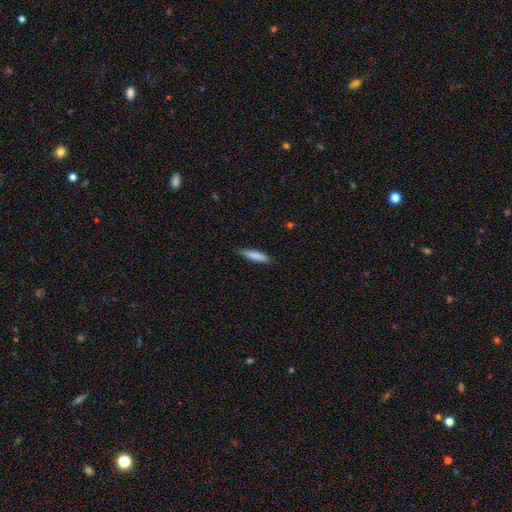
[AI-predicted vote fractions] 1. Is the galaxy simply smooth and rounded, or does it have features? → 83% smooth, 11% featured or disk, 6% star or artifact.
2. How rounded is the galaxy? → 80% cigar-shaped, 19% in between, 1% round.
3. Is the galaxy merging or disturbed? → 85% none, 12% minor disturbance, 2% major disturbance, 1% merger.